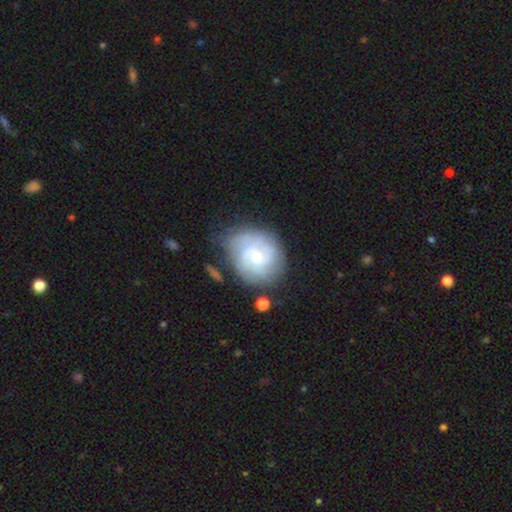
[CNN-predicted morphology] This is likely a featured or disk galaxy (73%). It is clearly not viewed edge-on (98%). Bar: likely no (61%). Spiral arm pattern: clearly yes (90%). Spiral arm count: marginally can't tell (37%). Spiral winding: possibly tight (59%). Central bulge: possibly small (55%). Merging: likely none (64%).